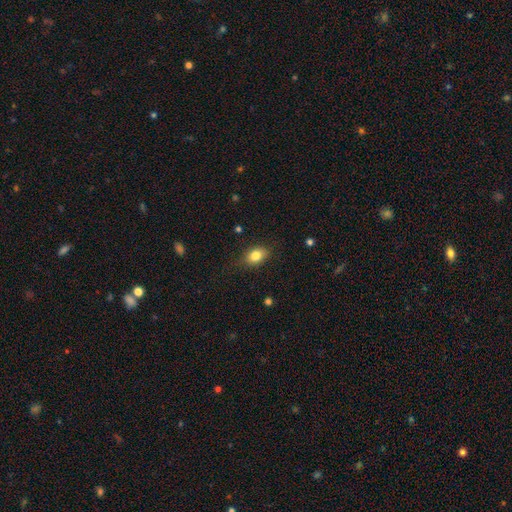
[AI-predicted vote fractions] Smooth or featured? smooth (83%)
How rounded? in between (78%)
Merging? none (81%)